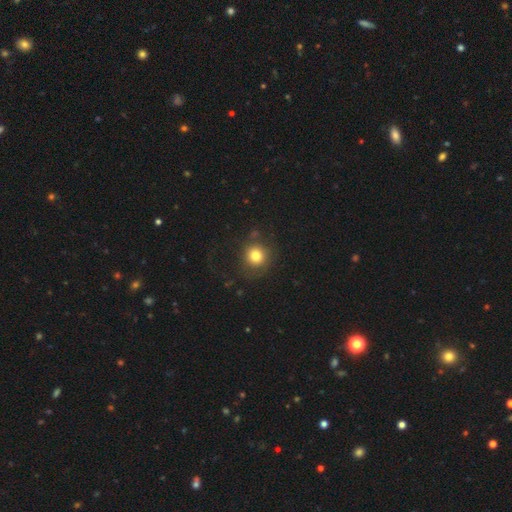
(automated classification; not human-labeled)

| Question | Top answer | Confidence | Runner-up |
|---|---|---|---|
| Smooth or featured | smooth | 80% | star or artifact (11%) |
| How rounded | round | 90% | in between (9%) |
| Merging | none | 74% | minor disturbance (14%) |